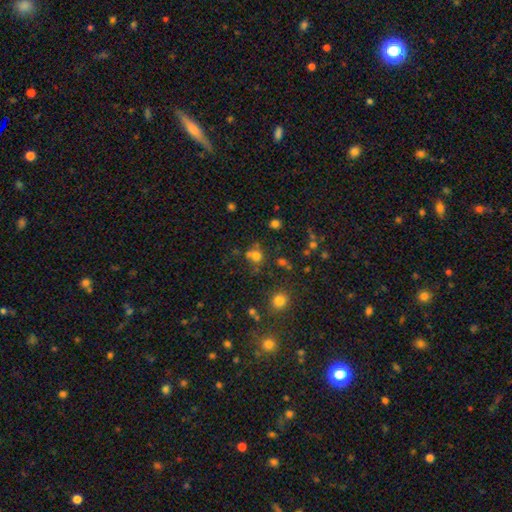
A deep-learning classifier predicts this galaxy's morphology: The model was most divided on "merging": none: 59%, merger: 23%, minor disturbance: 12%, major disturbance: 6%. More confident: how rounded — round (82%); smooth or featured — smooth (68%).